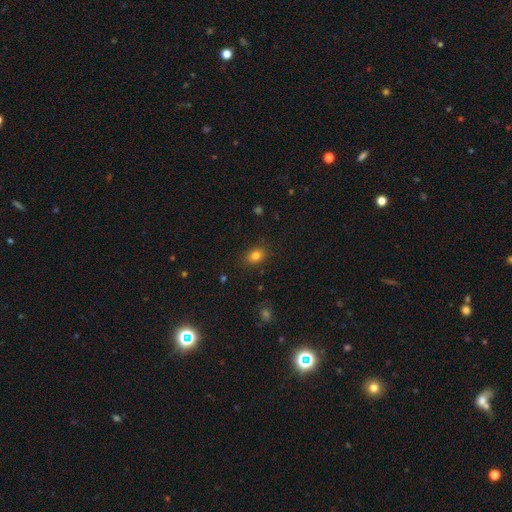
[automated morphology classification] type=smooth (81%); roundness=in between (58%); merging=none (85%).